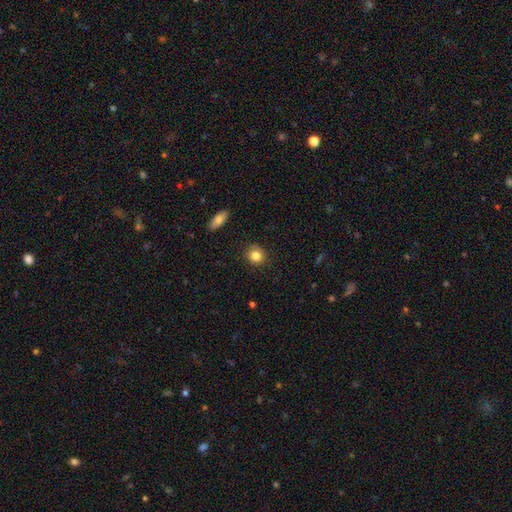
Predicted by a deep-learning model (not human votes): Overall: smooth (84%). How rounded: round (82%). Merging: none (87%).